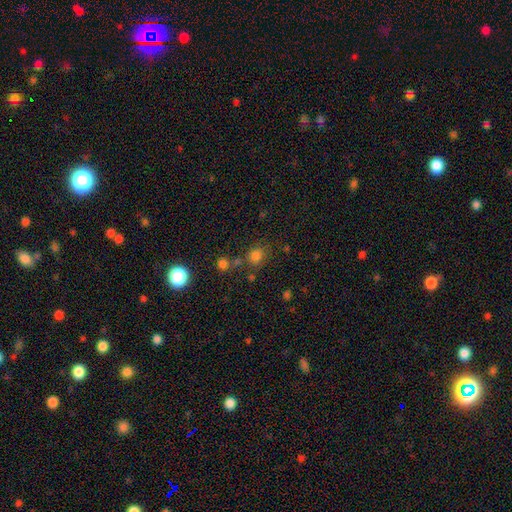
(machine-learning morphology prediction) smooth_or_featured: smooth (p=0.75) [alt: star or artifact p=0.19]
how_rounded: round (p=0.65) [alt: in between p=0.34]
merging: none (p=0.66) [alt: minor disturbance p=0.15]